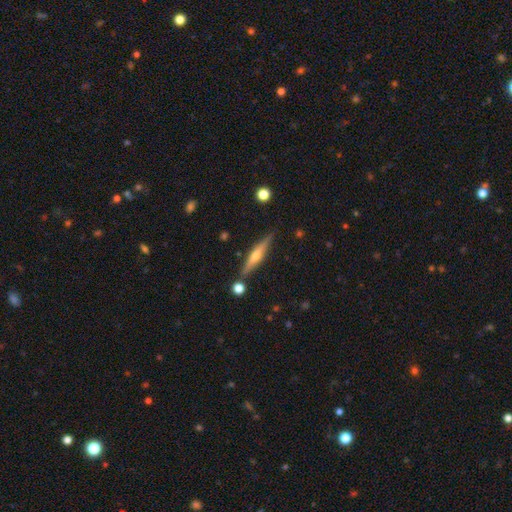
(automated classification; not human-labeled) Smooth or featured?
  - featured or disk: 62% *
  - smooth: 32%
  - star or artifact: 6%
Edge-on disk?
  - yes: 96% *
  - no: 4%
Edge-on bulge?
  - rounded: 84% *
  - none: 10%
  - boxy: 6%
Merging?
  - none: 85% *
  - minor disturbance: 9%
  - merger: 4%
  - major disturbance: 2%